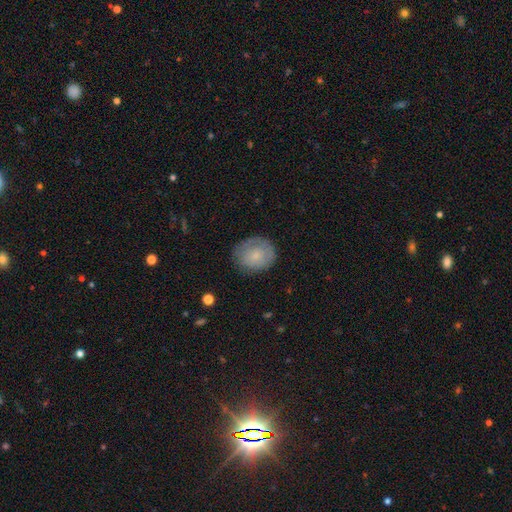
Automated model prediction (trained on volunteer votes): smooth-or-featured: smooth: 69% | featured or disk: 24% | star or artifact: 7%
  how-rounded: round: 68% | in between: 31% | cigar-shaped: 1%
  merging: none: 73% | minor disturbance: 19% | major disturbance: 6% | merger: 1%